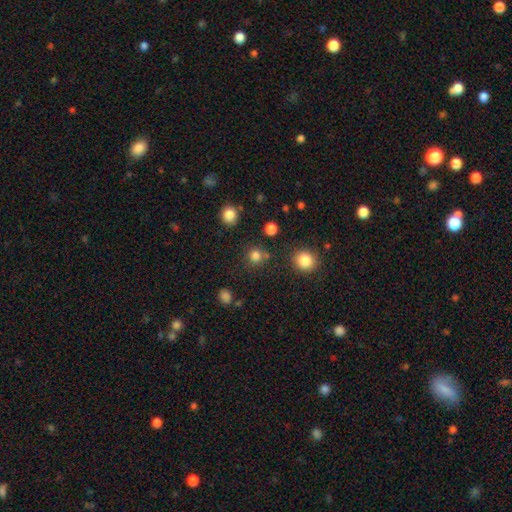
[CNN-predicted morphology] The model was most divided on "smooth or featured": smooth: 81%, star or artifact: 15%, featured or disk: 4%. More confident: how rounded — round (92%); merging — none (80%).